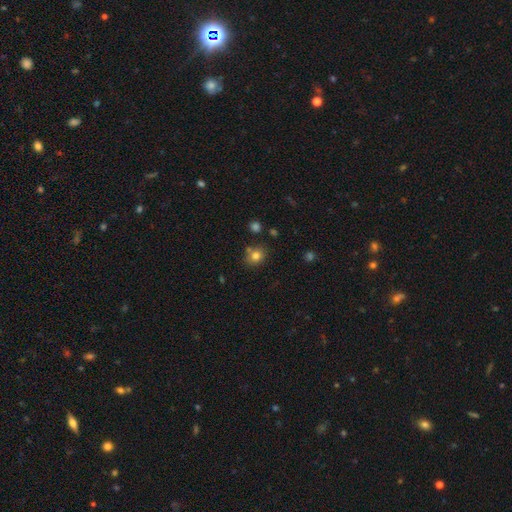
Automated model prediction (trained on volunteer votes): Smooth or featured? Predicted: smooth (p=0.79). How rounded? Predicted: round (p=0.63). Merging? Predicted: none (p=0.75).